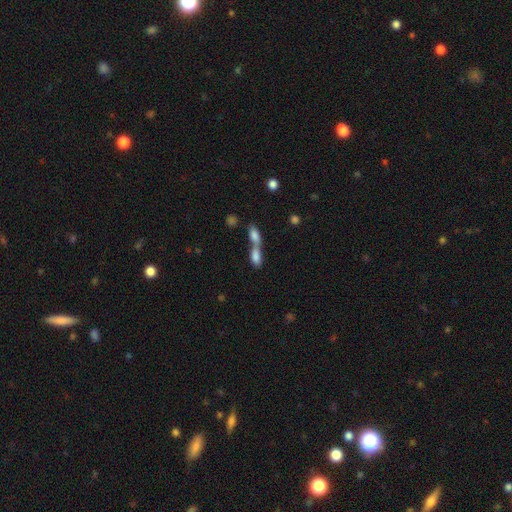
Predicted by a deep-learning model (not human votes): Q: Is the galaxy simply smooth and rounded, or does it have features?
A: smooth — 79%.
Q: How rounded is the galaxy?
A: in between — 78%.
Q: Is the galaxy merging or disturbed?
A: merger — 75%.